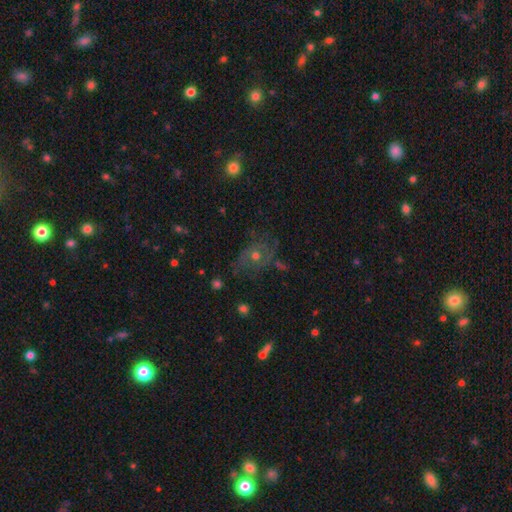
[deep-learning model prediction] Smooth or featured: featured or disk — 50% (smooth — 33%)
Merging: none — 63% (minor disturbance — 21%)